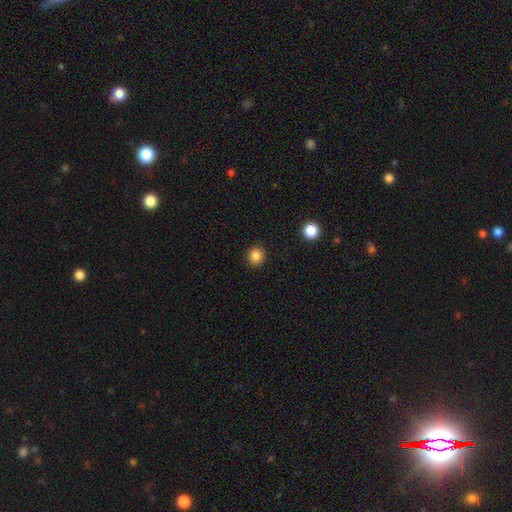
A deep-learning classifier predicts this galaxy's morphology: A smooth galaxy with no disk features (84%) that is round (90%).

Vote fractions:
- Smooth or featured? smooth: 84% / star or artifact: 12% / featured or disk: 4%
- How rounded? round: 90% / in between: 9% / cigar-shaped: 1%
- Merging? none: 92% / minor disturbance: 5% / major disturbance: 2% / merger: 1%